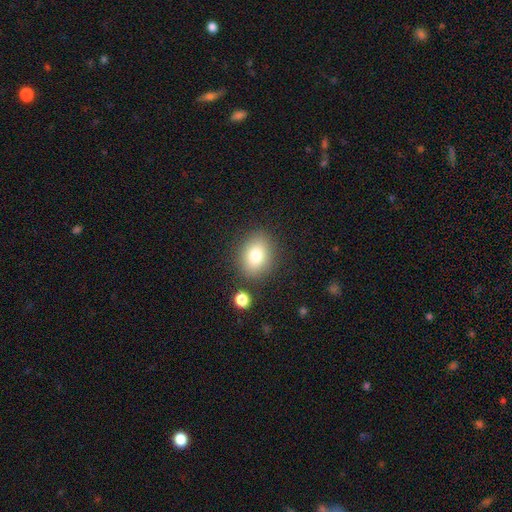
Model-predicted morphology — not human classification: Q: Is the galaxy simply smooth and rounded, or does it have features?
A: smooth — 79%.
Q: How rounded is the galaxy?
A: in between — 53%.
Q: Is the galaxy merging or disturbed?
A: none — 83%.